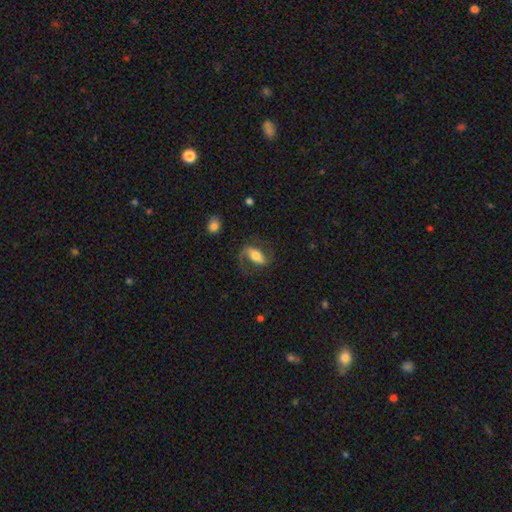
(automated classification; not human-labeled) Smooth or featured? Predicted: featured or disk (p=0.59). Edge-on disk? Predicted: no (p=0.91). Bar? Predicted: strong (p=0.44). Spiral arms? Predicted: yes (p=0.86). Bulge size? Predicted: moderate (p=0.56). Merging? Predicted: none (p=0.62).